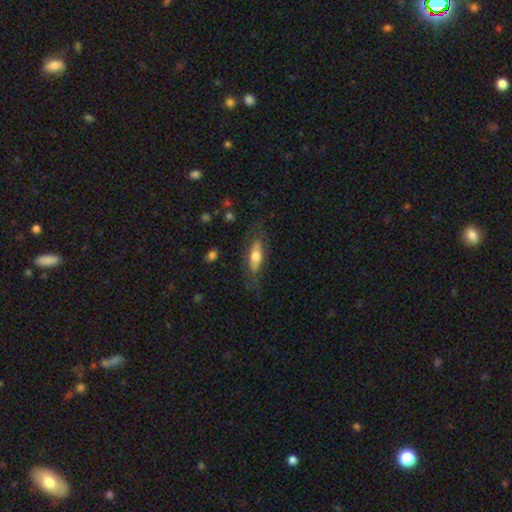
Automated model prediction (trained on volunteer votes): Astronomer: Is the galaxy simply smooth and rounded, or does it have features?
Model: smooth — 58% (runner-up: featured or disk, 36%).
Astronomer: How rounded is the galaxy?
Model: in between — 64%.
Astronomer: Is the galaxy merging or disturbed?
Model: none — 68%.